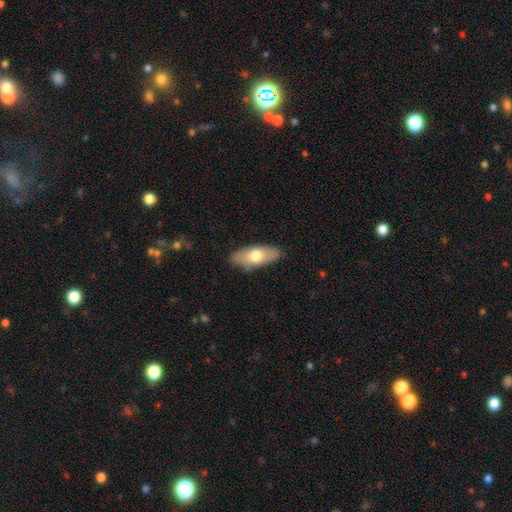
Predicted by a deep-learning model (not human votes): A smooth galaxy with no disk features (66%) that is in between round and cigar-shaped (77%).

Vote fractions:
- Smooth or featured? smooth: 66% / featured or disk: 28% / star or artifact: 6%
- How rounded? in between: 77% / cigar-shaped: 20% / round: 3%
- Merging? none: 82% / minor disturbance: 14% / major disturbance: 3% / merger: 1%